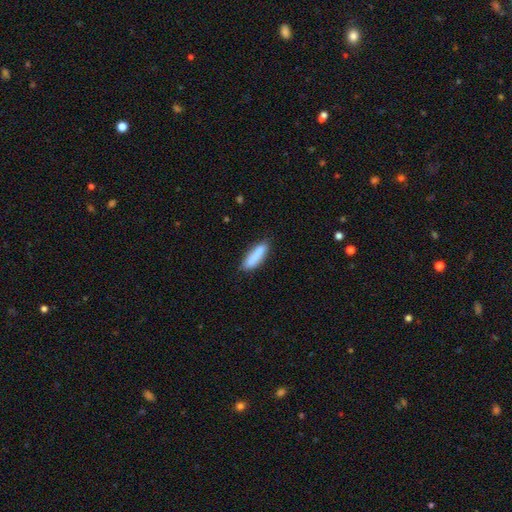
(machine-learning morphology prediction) Smooth or featured? smooth (85%)
How rounded? cigar-shaped (60%)
Merging? none (77%)